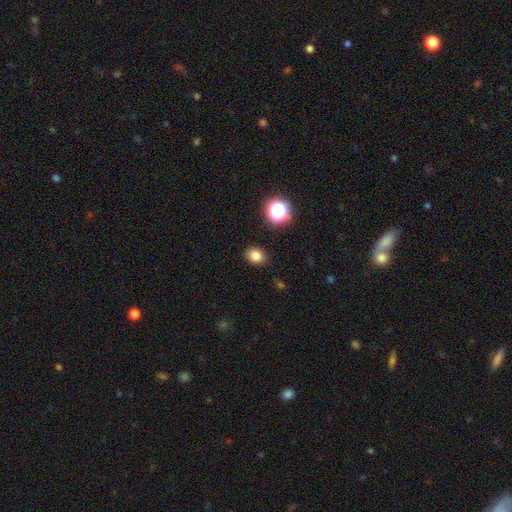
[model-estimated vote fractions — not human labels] Overall: smooth (81%). How rounded: round (53%; in between 47%). Merging: none (88%).